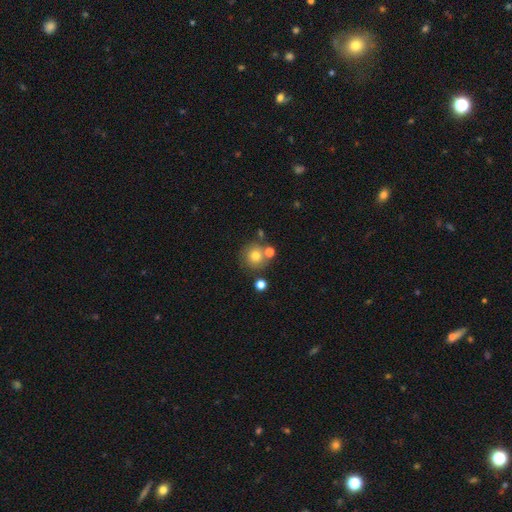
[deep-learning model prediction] smooth_or_featured: smooth (p=0.73) [alt: featured or disk p=0.14]
how_rounded: round (p=0.92) [alt: in between p=0.07]
merging: none (p=0.71) [alt: merger p=0.15]